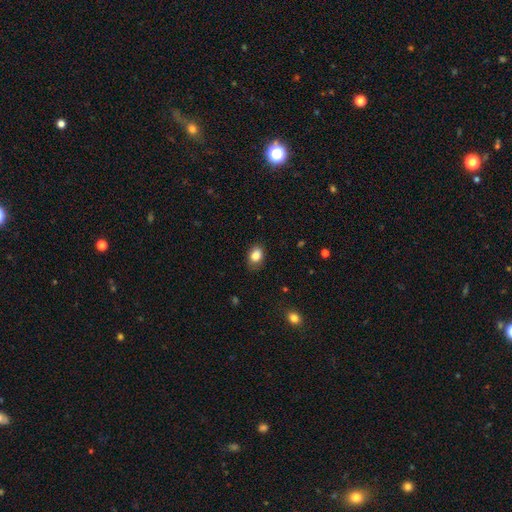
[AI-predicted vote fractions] A smooth galaxy with no disk features (85%) that is in between round and cigar-shaped (74%). Merging: none (79%).